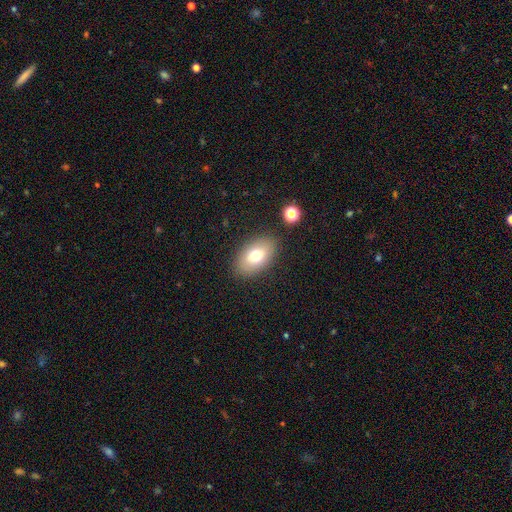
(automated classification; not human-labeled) smooth 74%, featured or disk 17%, star or artifact 9%. Down the decision tree: how rounded — in between (90%); merging — none (85%).